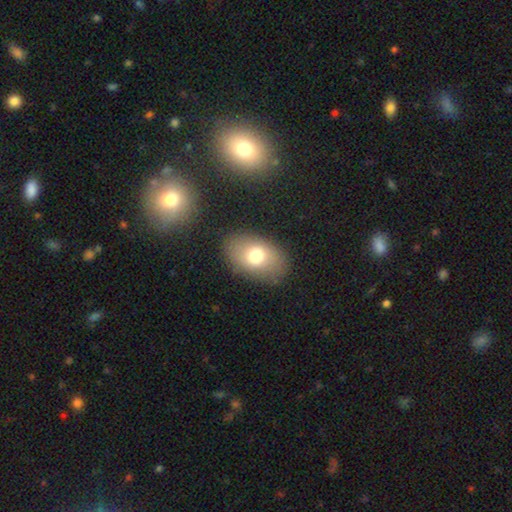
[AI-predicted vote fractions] A smooth galaxy with no disk features (72%) that is in between round and cigar-shaped (83%). Merging: none (83%).